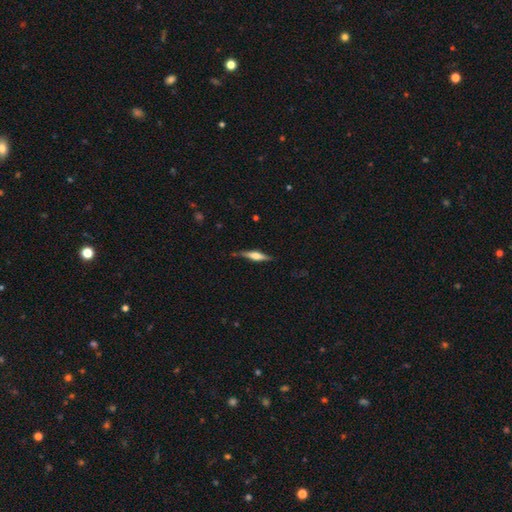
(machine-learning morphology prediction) Smooth or featured? featured or disk (65%)
Edge-on disk? yes (97%)
Edge-on bulge? rounded (82%)
Merging? none (83%)